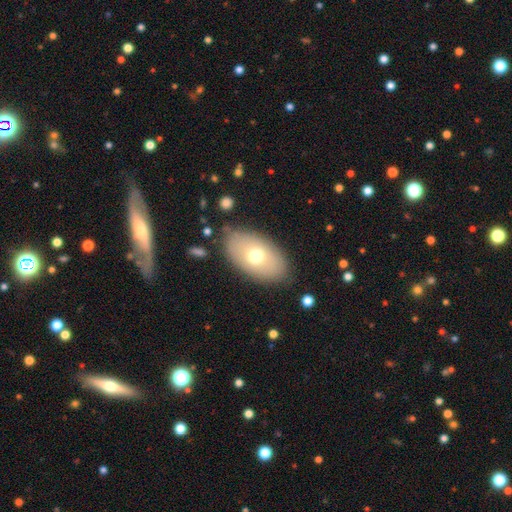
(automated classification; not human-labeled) Q: Smooth or featured?
A: smooth (67%); runner-up: featured or disk (25%)
Q: How rounded?
A: in between (91%); runner-up: round (7%)
Q: Merging?
A: none (82%); runner-up: minor disturbance (12%)